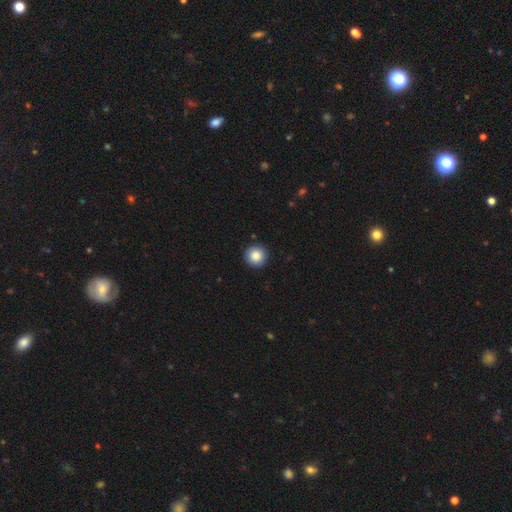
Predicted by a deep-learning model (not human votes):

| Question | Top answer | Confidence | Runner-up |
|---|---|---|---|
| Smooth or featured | smooth | 86% | star or artifact (9%) |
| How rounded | round | 96% | in between (3%) |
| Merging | none | 92% | minor disturbance (5%) |